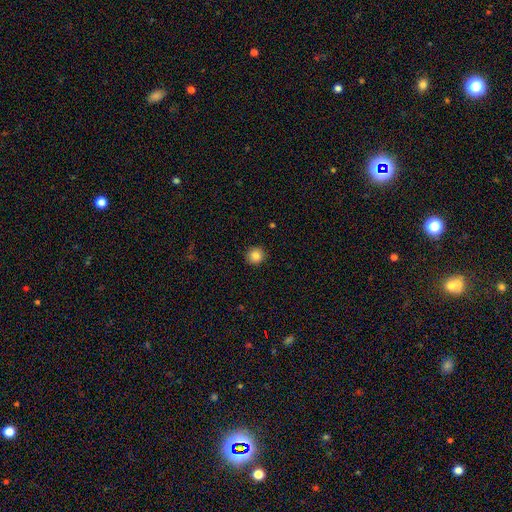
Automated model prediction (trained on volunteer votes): smooth-or-featured: smooth: 85% | star or artifact: 10% | featured or disk: 5%
  how-rounded: round: 94% | in between: 5% | cigar-shaped: 1%
  merging: none: 92% | minor disturbance: 5% | major disturbance: 2% | merger: 1%